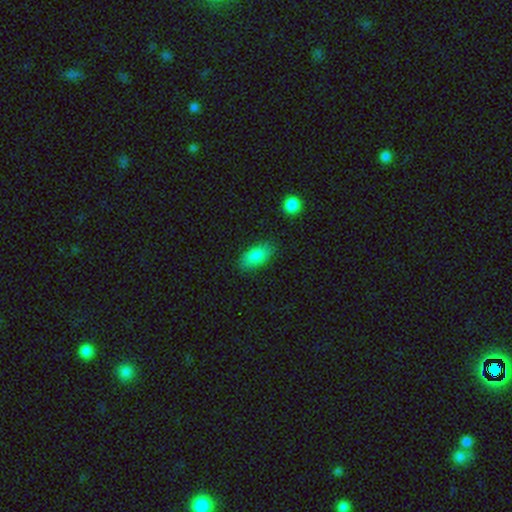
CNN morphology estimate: A smooth galaxy with no disk features (87%) that is in between round and cigar-shaped (90%).

Vote fractions:
- Smooth or featured? smooth: 87% / star or artifact: 8% / featured or disk: 6%
- How rounded? in between: 90% / cigar-shaped: 6% / round: 4%
- Merging? none: 80% / minor disturbance: 15% / major disturbance: 4% / merger: 2%